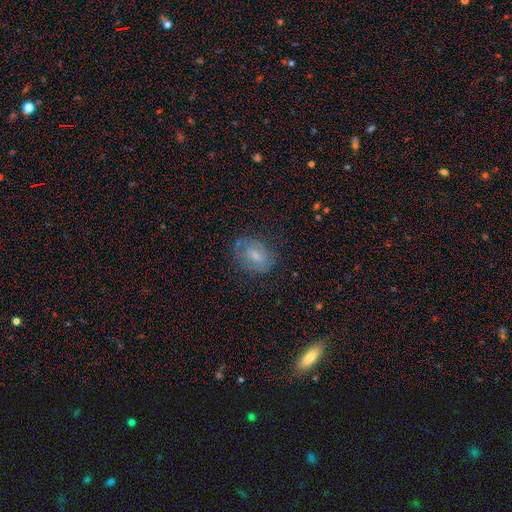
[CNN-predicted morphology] smooth 49%, featured or disk 41%, star or artifact 10%. Down the decision tree: merging — none (68%).